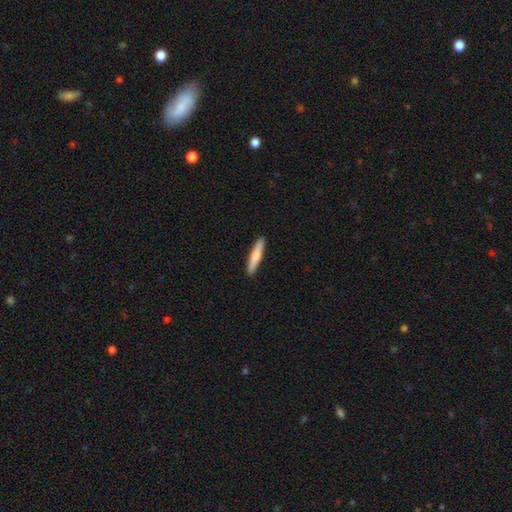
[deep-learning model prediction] Q: Smooth or featured?
A: smooth (72%); runner-up: featured or disk (24%)
Q: How rounded?
A: cigar-shaped (91%); runner-up: in between (7%)
Q: Merging?
A: none (92%); runner-up: minor disturbance (6%)